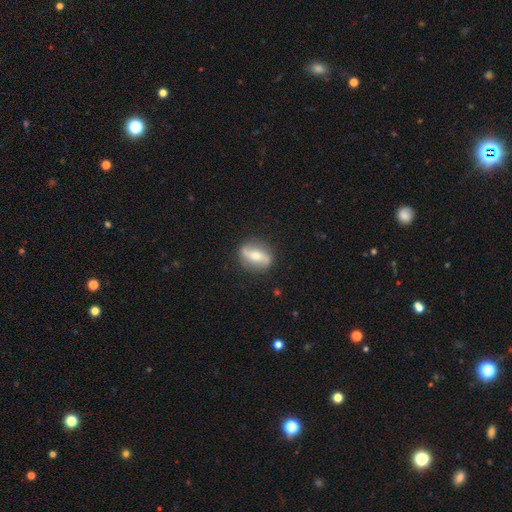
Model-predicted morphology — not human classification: type=featured or disk (64%); edge-on=no (87%); bar=strong (44%); spiral arms=yes (78%); bulge=moderate (59%); merging=none (82%).